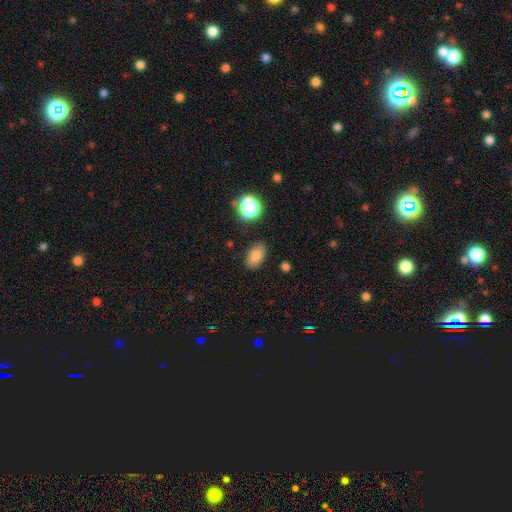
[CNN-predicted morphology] Smooth or featured?
  - smooth: 83% *
  - star or artifact: 11%
  - featured or disk: 6%
How rounded?
  - in between: 89% *
  - round: 8%
  - cigar-shaped: 3%
Merging?
  - none: 85% *
  - minor disturbance: 10%
  - major disturbance: 3%
  - merger: 2%